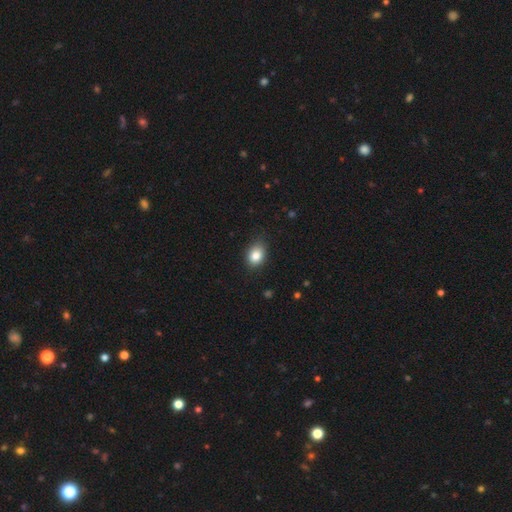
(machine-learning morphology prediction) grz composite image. It shows a smooth galaxy with no disk features (84%) that is in between round and cigar-shaped (70%). Merging: none (81%).